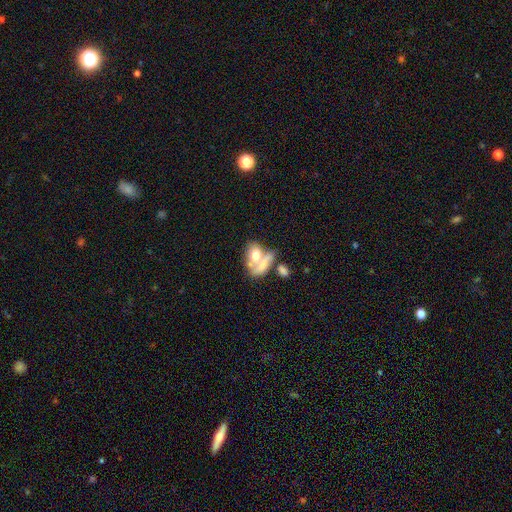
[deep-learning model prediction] This appears to be a smooth galaxy with no disk features (60%) that is in between round and cigar-shaped (77%). Merging: merger (57%).